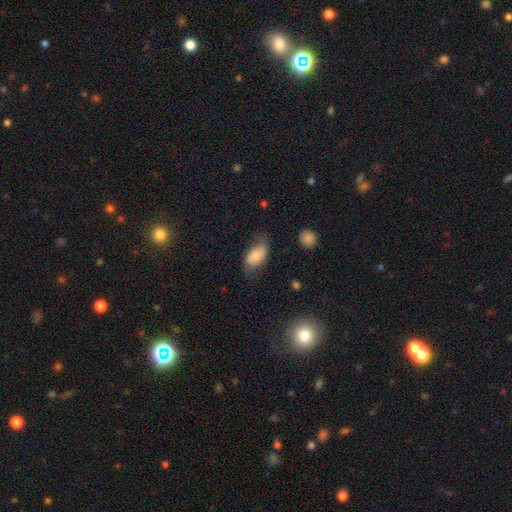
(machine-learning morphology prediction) A smooth galaxy with no disk features (73%) that is in between round and cigar-shaped (93%).

Vote fractions:
- Smooth or featured? smooth: 73% / featured or disk: 20% / star or artifact: 7%
- How rounded? in between: 93% / round: 5% / cigar-shaped: 2%
- Merging? none: 50% / minor disturbance: 34% / major disturbance: 13% / merger: 2%